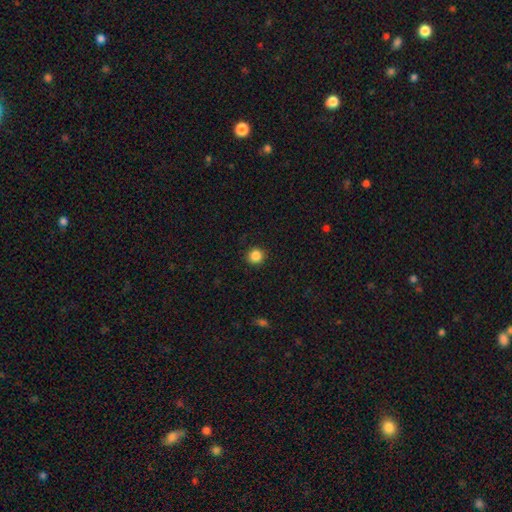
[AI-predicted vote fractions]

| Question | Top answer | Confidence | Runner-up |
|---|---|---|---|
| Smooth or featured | smooth | 86% | star or artifact (11%) |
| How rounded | round | 94% | in between (5%) |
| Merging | none | 92% | minor disturbance (5%) |